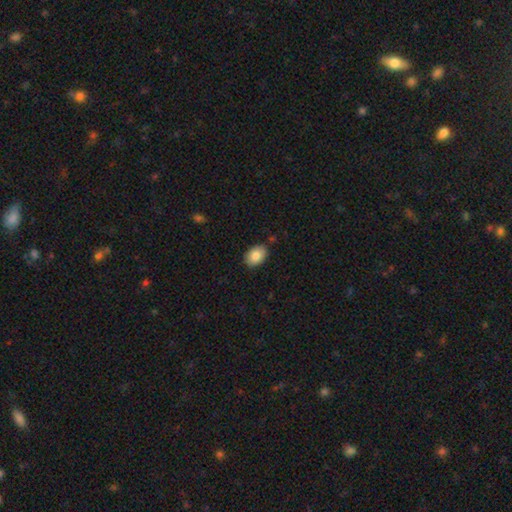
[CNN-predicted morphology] Smooth or featured? Predicted: smooth (p=0.85). How rounded? Predicted: in between (p=0.84). Merging? Predicted: none (p=0.83).